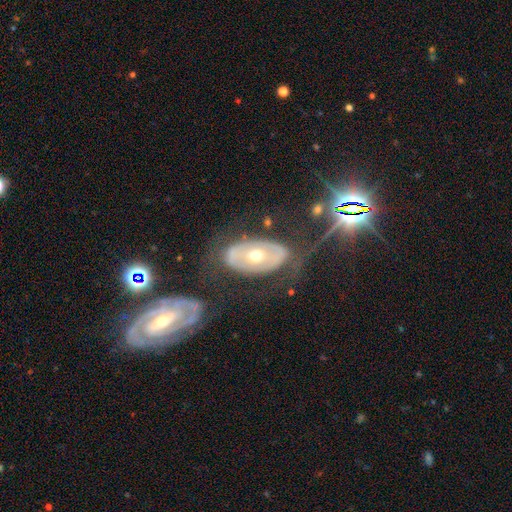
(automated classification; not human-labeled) Smooth or featured? featured or disk (65%)
Edge-on disk? no (92%)
Bar? no (67%)
Spiral arms? no (59%)
Bulge size? moderate (70%)
Merging? none (66%)